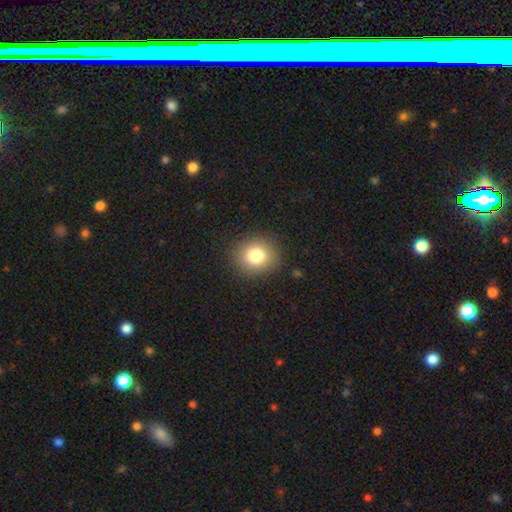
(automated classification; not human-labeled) smooth 80%, star or artifact 11%, featured or disk 8%. Down the decision tree: how rounded — round (78%); merging — none (89%).